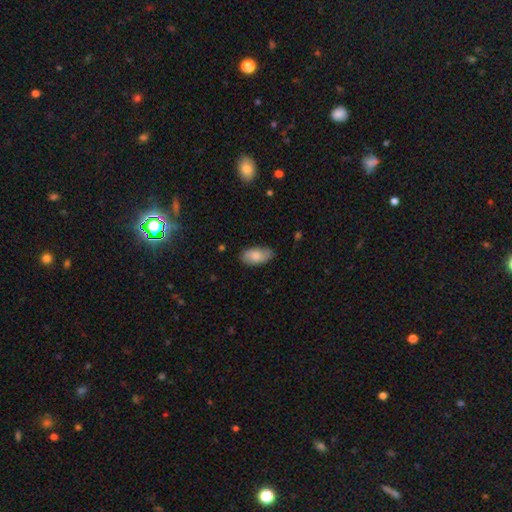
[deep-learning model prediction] smooth 76%, featured or disk 18%, star or artifact 6%. Down the decision tree: how rounded — in between (94%); merging — none (78%).